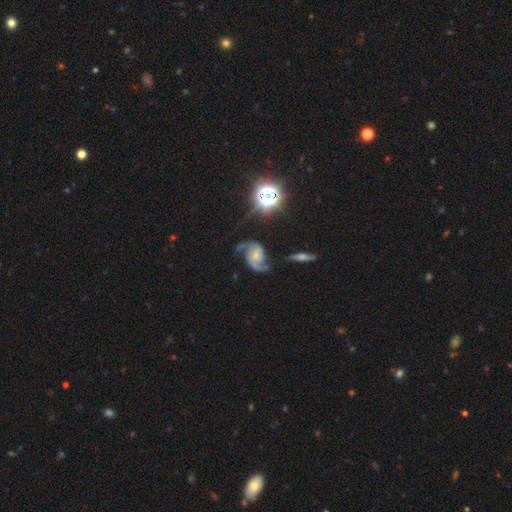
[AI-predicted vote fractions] Morphology: type=featured or disk (84%); edge-on=no (97%); bar=no (69%); spiral arms=yes (97%); winding=medium (46%); arm count=2 (89%); bulge=small (52%); merging=none (57%).